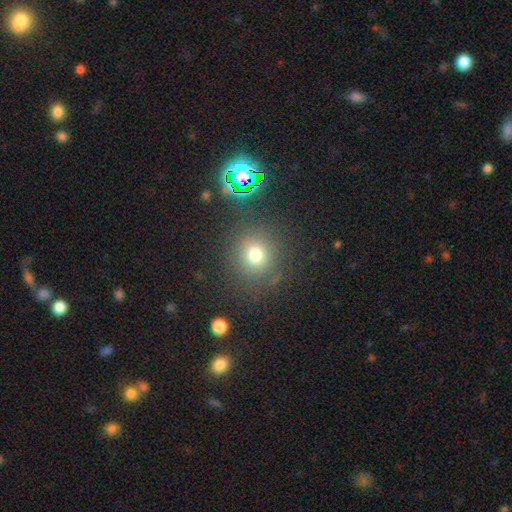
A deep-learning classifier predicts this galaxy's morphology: Smooth or featured: smooth — 56% (star or artifact — 37%)
How rounded: round — 92% (in between — 7%)
Merging: none — 87% (minor disturbance — 6%)